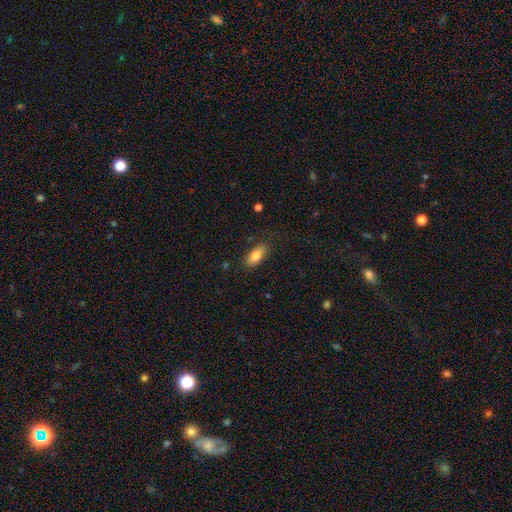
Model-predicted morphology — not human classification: type=smooth (81%); roundness=in between (85%); merging=none (81%).